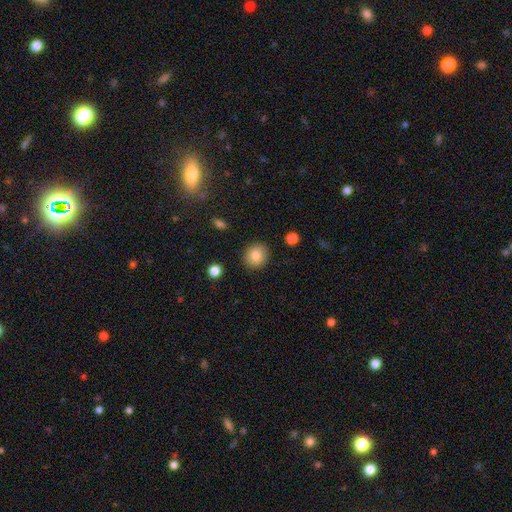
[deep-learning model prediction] The model was most divided on "how rounded": round: 84%, in between: 15%, cigar-shaped: 1%. More confident: merging — none (89%); smooth or featured — smooth (82%).